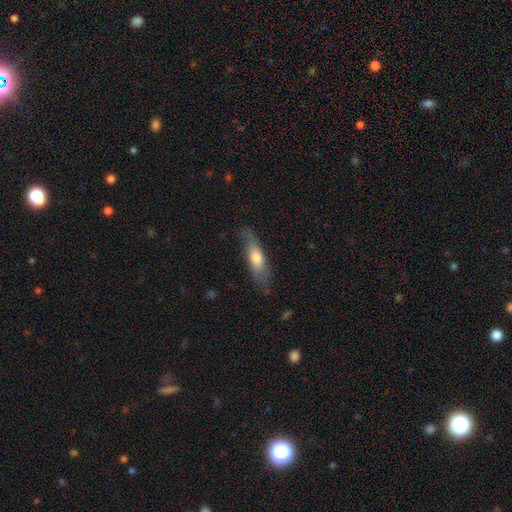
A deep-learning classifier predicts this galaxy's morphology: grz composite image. It shows a smooth galaxy with no disk features (49%). Merging: none (75%).